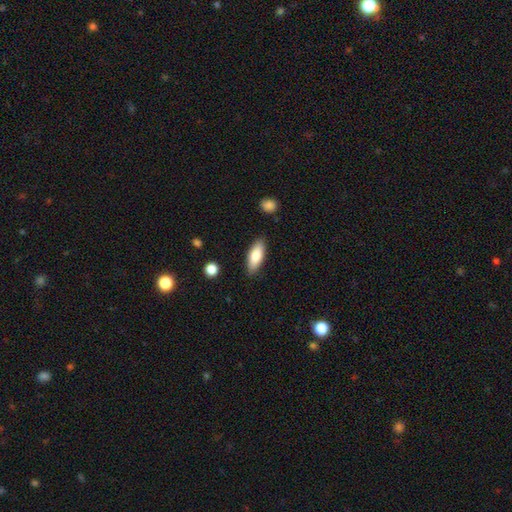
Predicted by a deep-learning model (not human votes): The model was most divided on "how rounded": in between: 73%, cigar-shaped: 25%, round: 2%. More confident: merging — none (86%); smooth or featured — smooth (81%).